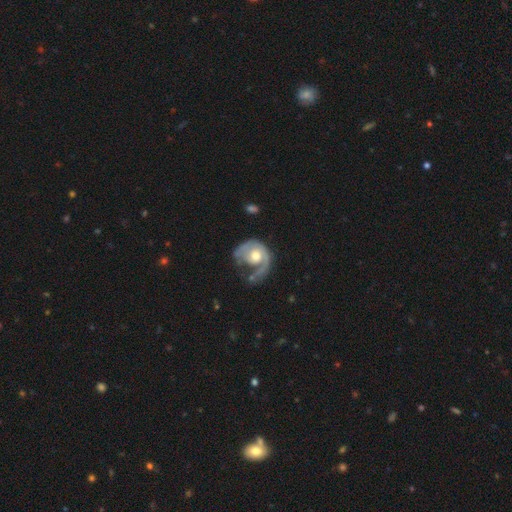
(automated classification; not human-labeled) This appears to be a featured or disk galaxy (77%) with no bar (77%), 1 (75%) tight (41%) spiral arms (85%) and a moderate central bulge (69%). Merging: major disturbance (39%).